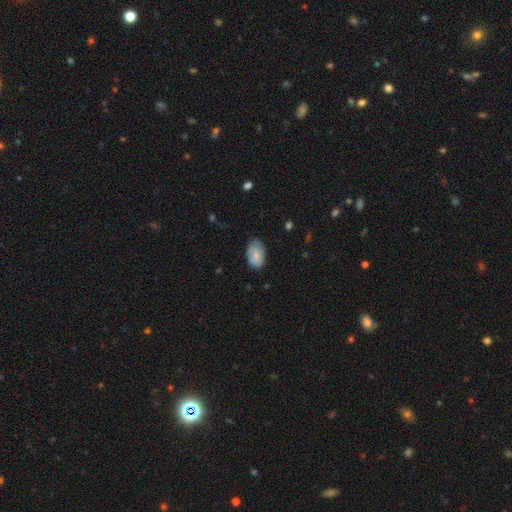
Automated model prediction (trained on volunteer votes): A smooth galaxy with no disk features (77%) that is in between round and cigar-shaped (91%).

Vote fractions:
- Smooth or featured? smooth: 77% / featured or disk: 16% / star or artifact: 7%
- How rounded? in between: 91% / round: 8% / cigar-shaped: 1%
- Merging? none: 69% / minor disturbance: 25% / major disturbance: 5% / merger: 1%